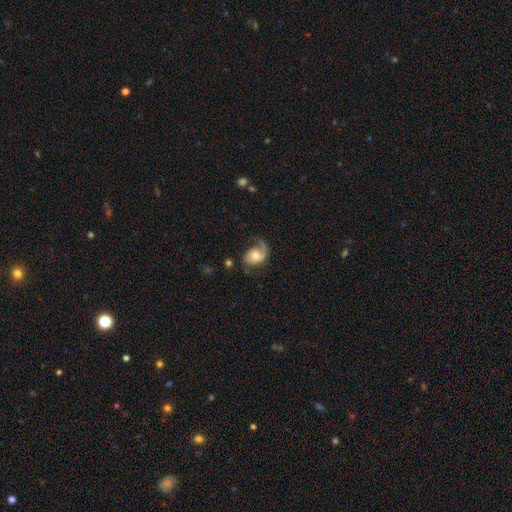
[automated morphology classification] Overall: featured or disk (76%). Edge-on disk: no (97%). Bar: no (67%; weak 27%). Spiral arms: yes (94%). Spiral arm count: 1 (49%; 2 45%). Spiral winding: loose (41%; medium 39%). Bulge size: moderate (57%; small 31%). Merging: none (54%; major disturbance 22%).